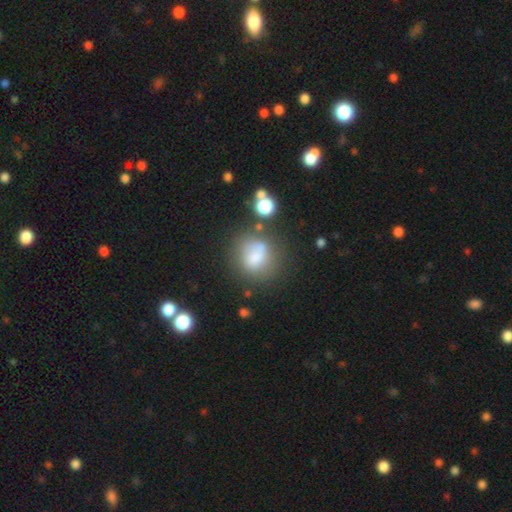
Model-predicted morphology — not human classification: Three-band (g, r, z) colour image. It shows a smooth galaxy with no disk features (67%) that is round (70%). Merging: none (50%).